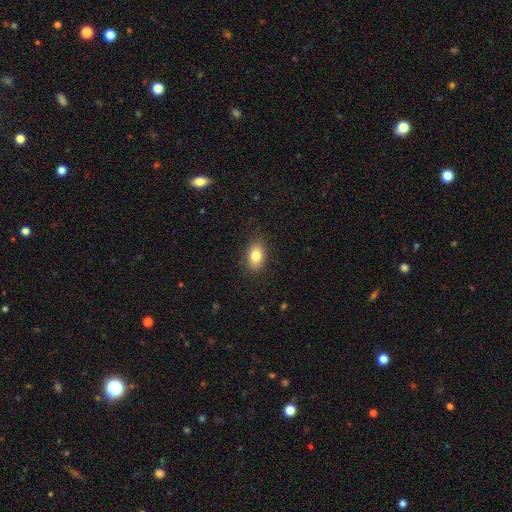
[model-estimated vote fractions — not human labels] The model was most divided on "how rounded": in between: 82%, round: 16%, cigar-shaped: 2%. More confident: merging — none (86%); smooth or featured — smooth (81%).